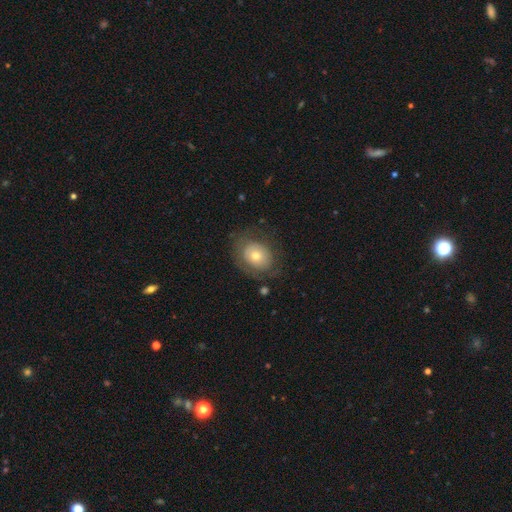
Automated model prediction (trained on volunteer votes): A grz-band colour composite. It shows a smooth galaxy with no disk features (59%) that is in between round and cigar-shaped (50%). Merging: none (71%).